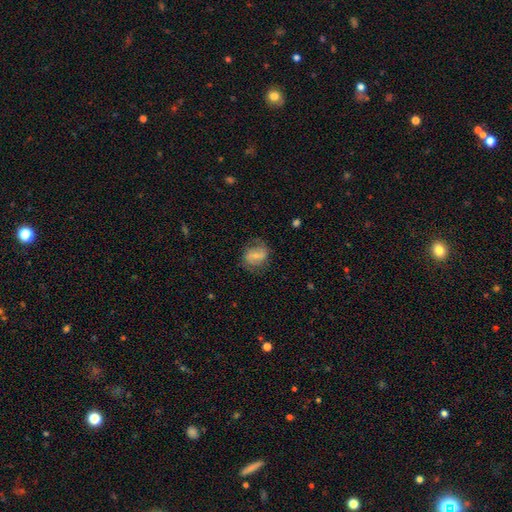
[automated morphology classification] Smooth or featured? Predicted: featured or disk (p=0.49). Merging? Predicted: none (p=0.69).